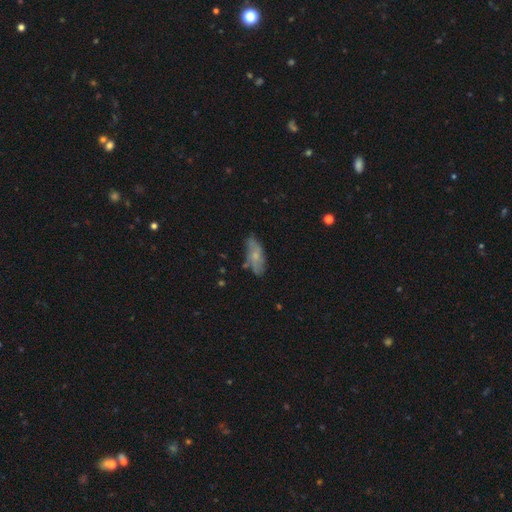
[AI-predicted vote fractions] Smooth or featured? Predicted: smooth (p=0.54). How rounded? Predicted: in between (p=0.75). Merging? Predicted: none (p=0.63).